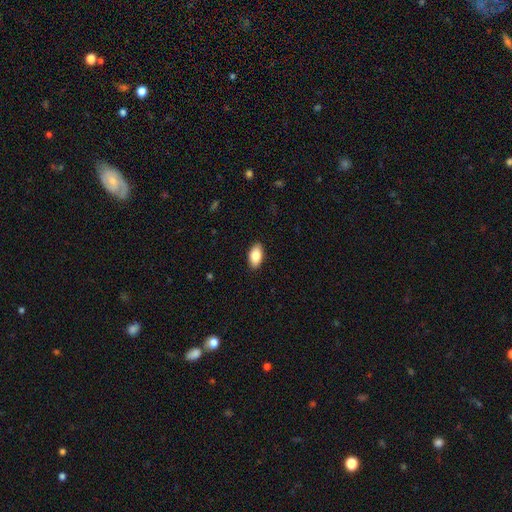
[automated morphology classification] smooth 85%, featured or disk 9%, star or artifact 7%. Down the decision tree: how rounded — in between (93%); merging — none (89%).